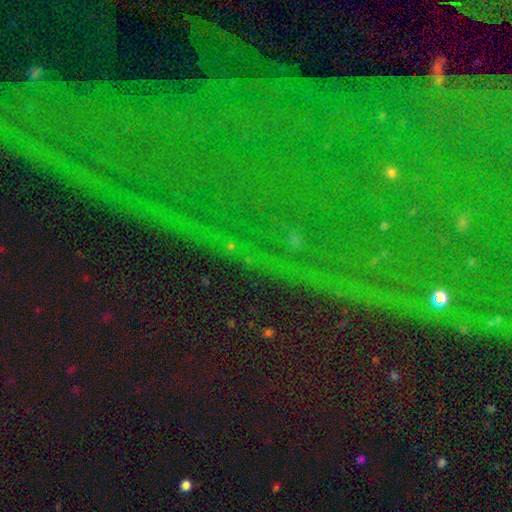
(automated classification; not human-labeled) smooth_or_featured: star or artifact (p=0.85) [alt: smooth p=0.07]